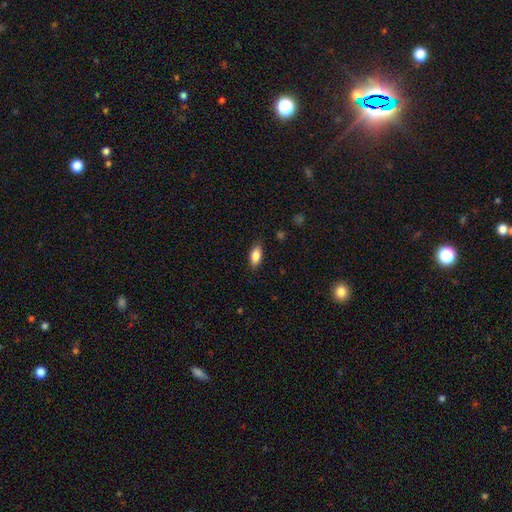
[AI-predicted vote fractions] Smooth or featured: smooth — 87% (star or artifact — 7%)
How rounded: in between — 89% (cigar-shaped — 7%)
Merging: none — 85% (minor disturbance — 11%)